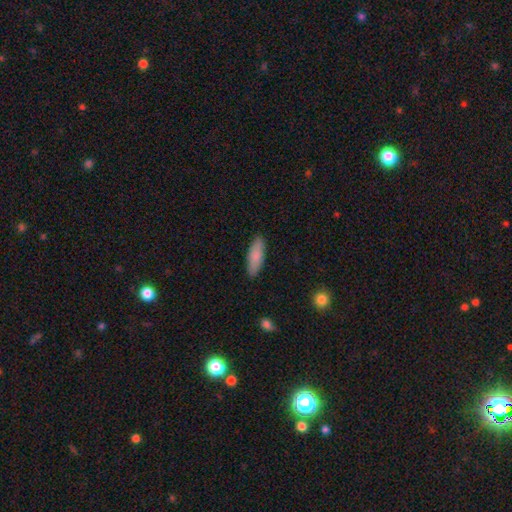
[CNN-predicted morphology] This is clearly a smooth galaxy (84%). How rounded: possibly in between (56%). Merging: clearly none (88%).